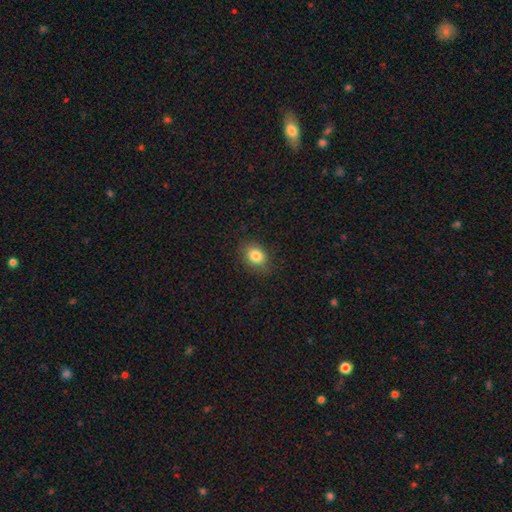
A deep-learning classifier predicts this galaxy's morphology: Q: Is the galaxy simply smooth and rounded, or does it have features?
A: smooth — 84%.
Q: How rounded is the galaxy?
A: in between — 69%.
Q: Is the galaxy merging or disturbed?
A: none — 84%.